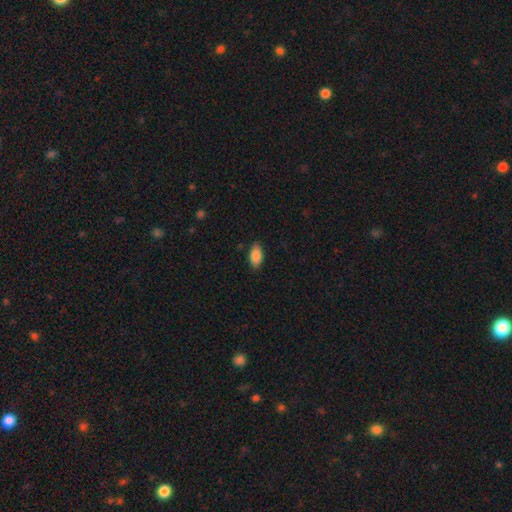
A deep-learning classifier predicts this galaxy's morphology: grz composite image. It shows a smooth galaxy with no disk features (86%) that is in between round and cigar-shaped (92%). Merging: none (87%).